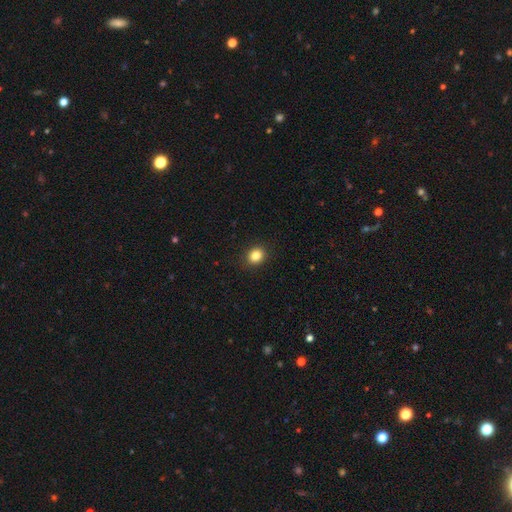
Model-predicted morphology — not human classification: Overall: smooth (85%). How rounded: round (64%; in between 35%). Merging: none (90%).